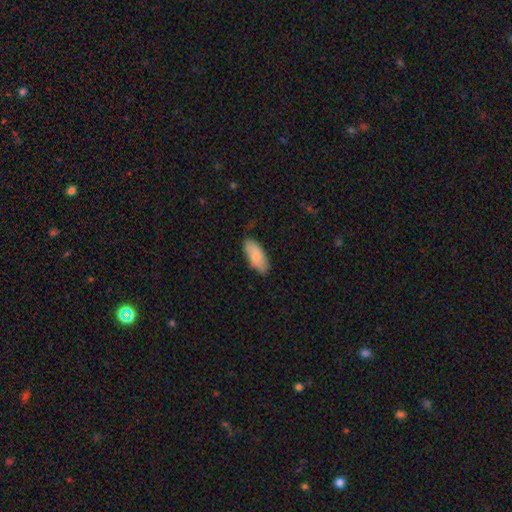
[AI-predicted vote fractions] The model was most divided on "merging": none: 82%, minor disturbance: 15%, major disturbance: 2%, merger: 1%. More confident: how rounded — in between (86%); smooth or featured — smooth (81%).